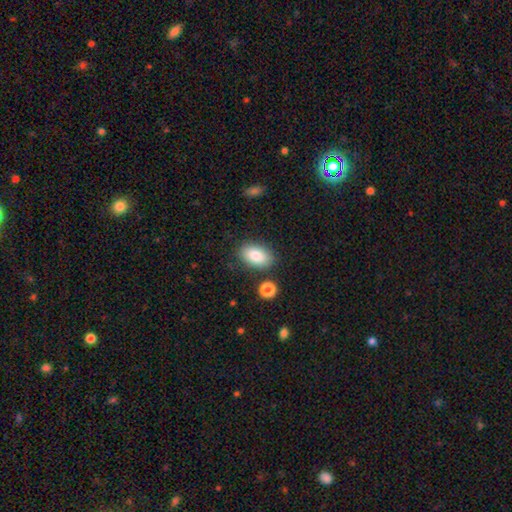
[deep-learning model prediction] This is clearly a smooth galaxy (85%). How rounded: clearly in between (92%). Merging: clearly none (82%).